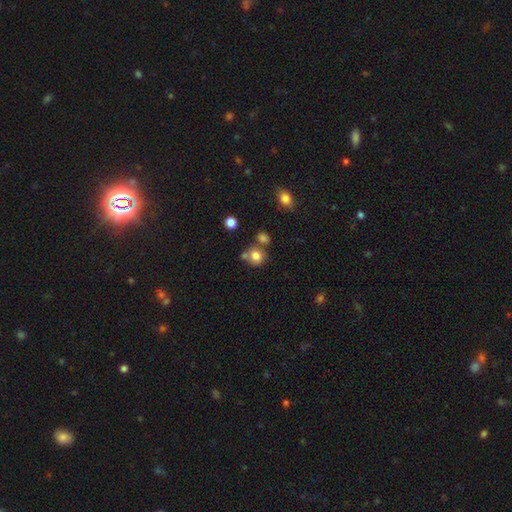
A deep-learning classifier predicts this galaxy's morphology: A smooth galaxy with no disk features (80%) that is round (80%). Merging: none (61%).